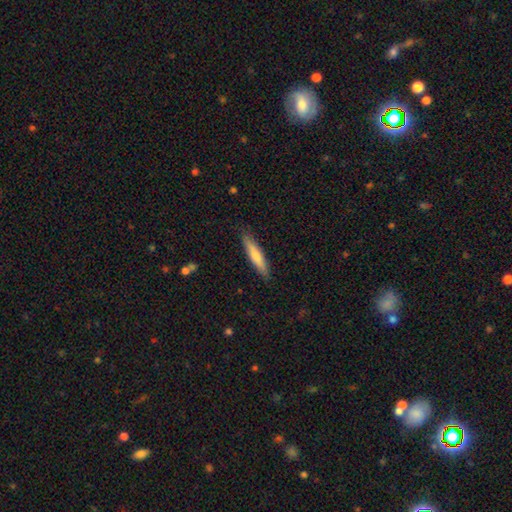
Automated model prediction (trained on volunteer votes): Q: Smooth or featured?
A: smooth (56%); runner-up: featured or disk (38%)
Q: How rounded?
A: cigar-shaped (88%); runner-up: in between (10%)
Q: Merging?
A: none (89%); runner-up: minor disturbance (9%)